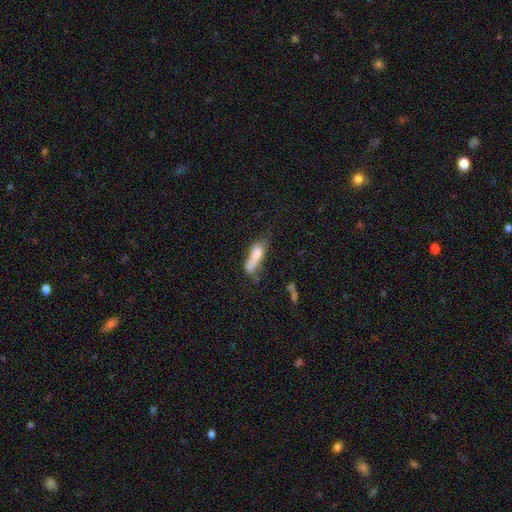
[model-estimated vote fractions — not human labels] A smooth galaxy with no disk features (64%) that is cigar-shaped (53%).

Vote fractions:
- Smooth or featured? smooth: 64% / featured or disk: 26% / star or artifact: 10%
- How rounded? cigar-shaped: 53% / in between: 44% / round: 3%
- Merging? none: 29% / major disturbance: 27% / minor disturbance: 26% / merger: 19%